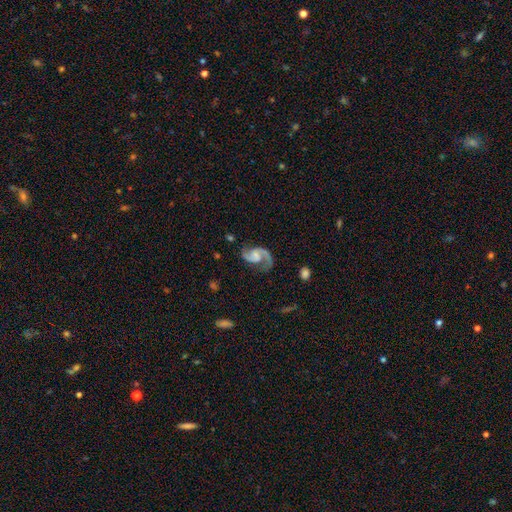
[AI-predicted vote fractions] smooth_or_featured: featured or disk (p=0.91) [alt: star or artifact p=0.05]
disk_edge_on: no (p=0.98) [alt: yes p=0.02]
bar: no (p=0.51) [alt: weak p=0.39]
has_spiral_arms: yes (p=0.98) [alt: no p=0.02]
spiral_winding: medium (p=0.50) [alt: loose p=0.40]
spiral_arm_count: 2 (p=0.93) [alt: 1 p=0.02]
bulge_size: none (p=0.44) [alt: small p=0.26]
merging: none (p=0.74) [alt: minor disturbance p=0.15]